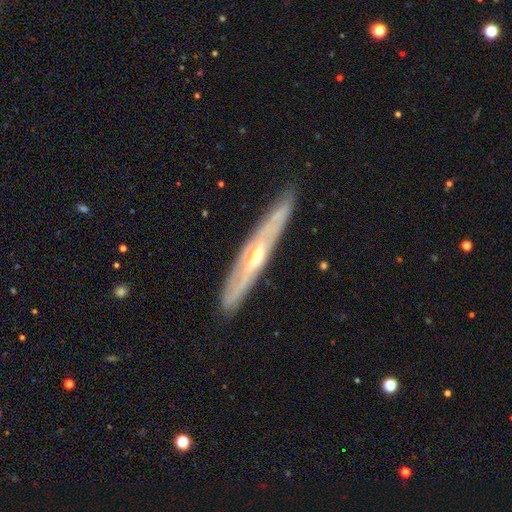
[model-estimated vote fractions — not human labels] Smooth or featured? featured or disk (75%)
Edge-on disk? yes (76%)
Edge-on bulge? rounded (70%)
Merging? none (85%)